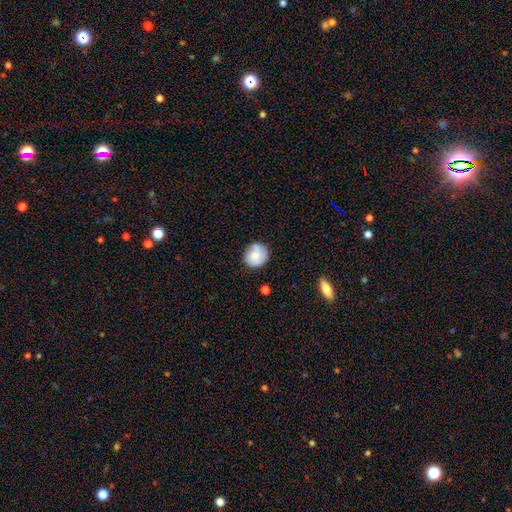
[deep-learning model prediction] Smooth or featured: smooth — 51% (featured or disk — 41%)
How rounded: round — 82% (in between — 17%)
Merging: none — 70% (minor disturbance — 21%)